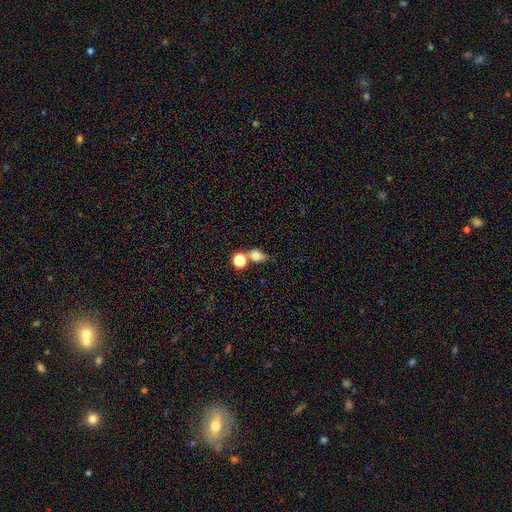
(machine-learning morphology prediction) Smooth or featured: smooth — 76% (star or artifact — 13%)
How rounded: in between — 53% (round — 45%)
Merging: none — 47% (merger — 35%)